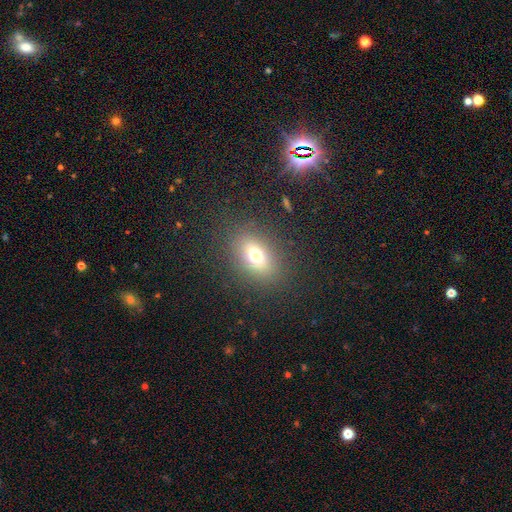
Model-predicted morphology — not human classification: A smooth galaxy with no disk features (69%) that is in between round and cigar-shaped (73%).

Vote fractions:
- Smooth or featured? smooth: 69% / featured or disk: 17% / star or artifact: 15%
- How rounded? in between: 73% / round: 23% / cigar-shaped: 4%
- Merging? none: 84% / minor disturbance: 9% / major disturbance: 5% / merger: 1%